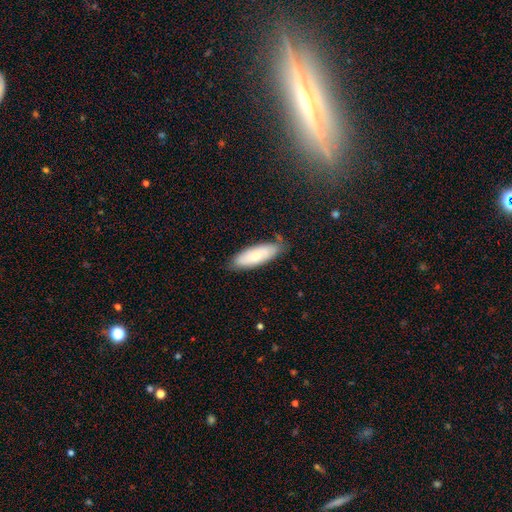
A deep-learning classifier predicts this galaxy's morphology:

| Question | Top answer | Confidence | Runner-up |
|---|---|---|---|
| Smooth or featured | smooth | 67% | featured or disk (27%) |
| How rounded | in between | 67% | cigar-shaped (31%) |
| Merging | none | 77% | minor disturbance (18%) |